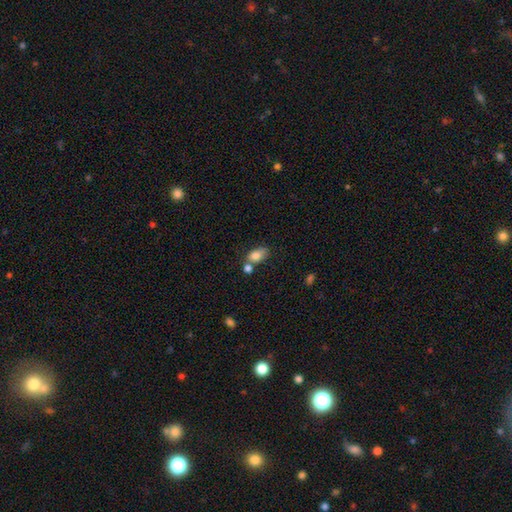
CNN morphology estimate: This is clearly a smooth galaxy (82%). How rounded: clearly in between (86%). Merging: possibly none (46%).